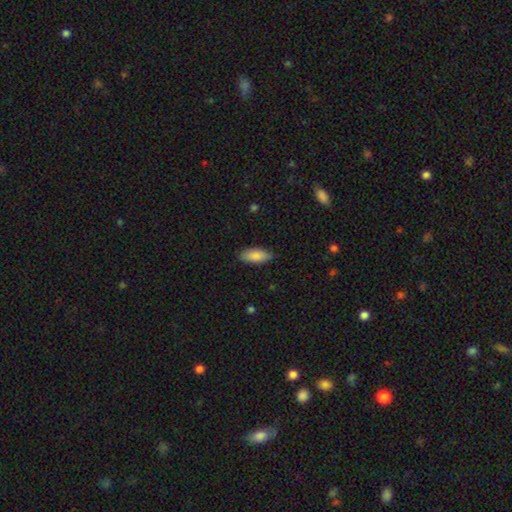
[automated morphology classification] This appears to be a smooth galaxy with no disk features (87%) that is in between round and cigar-shaped (83%). Merging: none (86%).